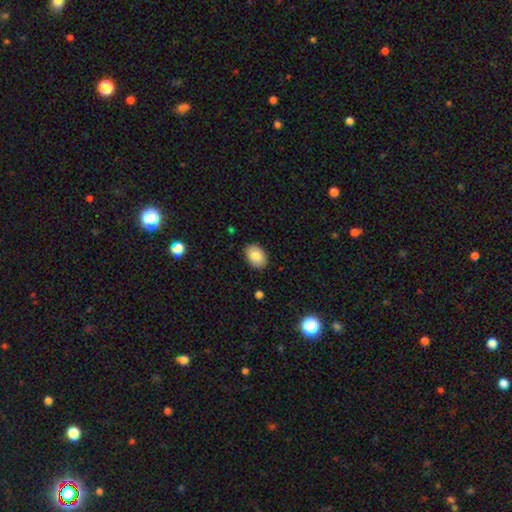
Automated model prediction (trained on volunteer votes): This is clearly a smooth galaxy (84%). How rounded: clearly in between (84%). Merging: clearly none (87%).